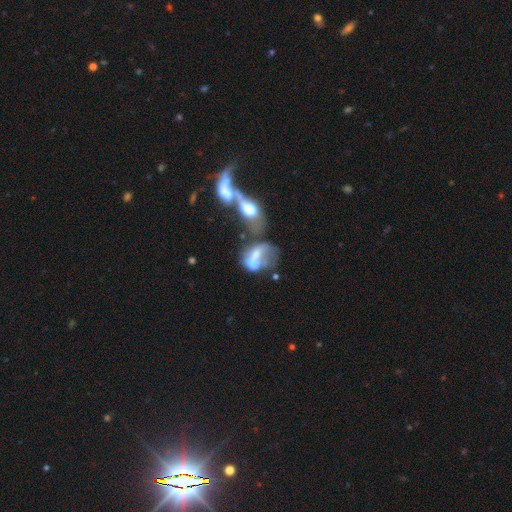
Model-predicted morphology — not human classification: type=featured or disk (51%); edge-on=no (94%); merging=merger (50%).